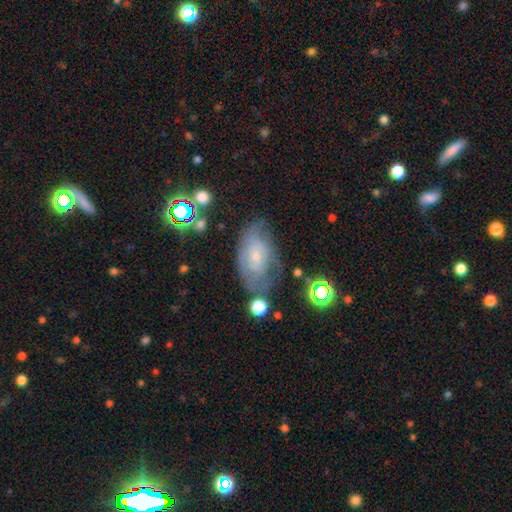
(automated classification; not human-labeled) Morphology: type=featured or disk (51%); edge-on=no (93%); merging=none (54%).